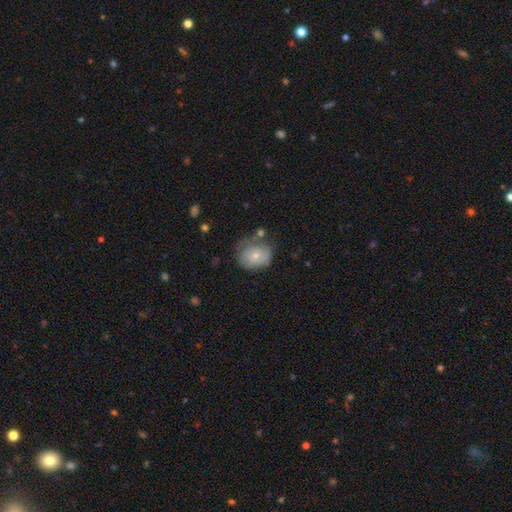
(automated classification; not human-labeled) Morphology: type=featured or disk (47%); merging=none (52%).